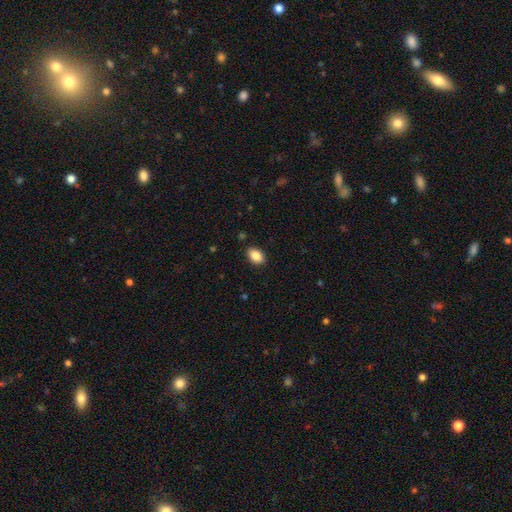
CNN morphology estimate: Smooth or featured? Predicted: smooth (p=0.88). How rounded? Predicted: in between (p=0.87). Merging? Predicted: none (p=0.88).